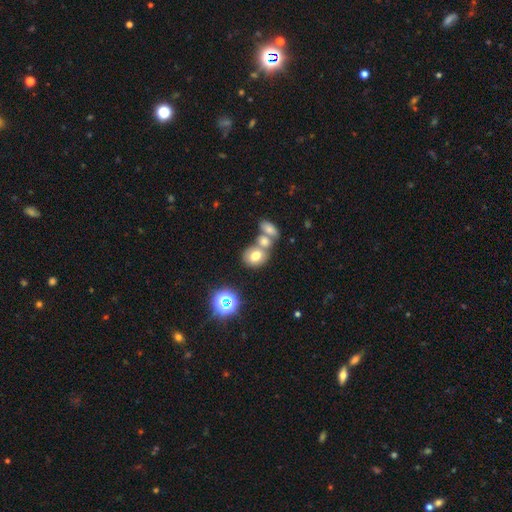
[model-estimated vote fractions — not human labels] The model was most divided on "how rounded": round: 50%, in between: 49%, cigar-shaped: 1%. Remaining: smooth or featured — smooth (69%); merging — merger (47%).